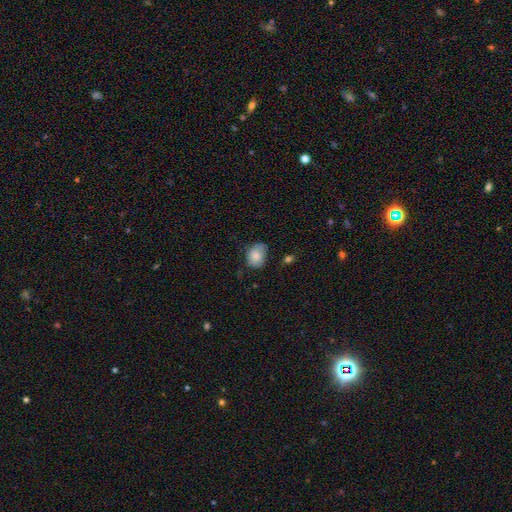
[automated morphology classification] Smooth or featured? Predicted: smooth (p=0.82). How rounded? Predicted: in between (p=0.65). Merging? Predicted: none (p=0.59).